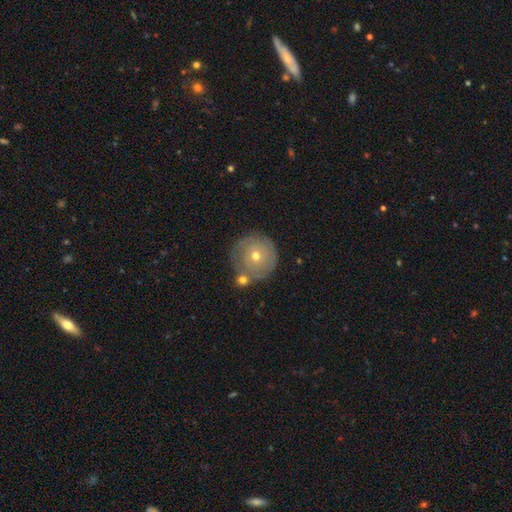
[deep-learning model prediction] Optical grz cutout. It shows a featured or disk galaxy (56%) with no bar (88%), spiral arms (66%) and a moderate central bulge (49%). Merging: none (68%).